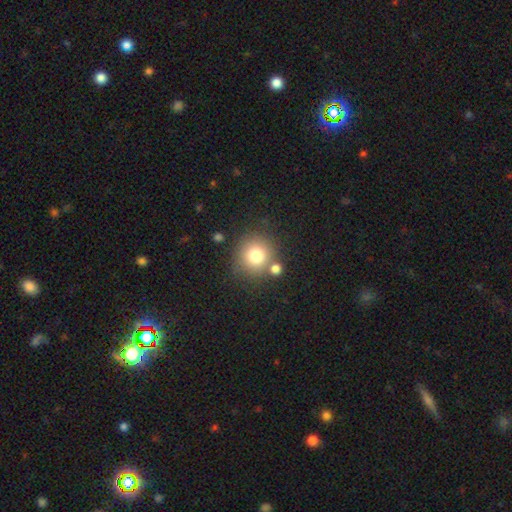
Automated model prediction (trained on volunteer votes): Q: Smooth or featured?
A: smooth (78%); runner-up: star or artifact (12%)
Q: How rounded?
A: round (91%); runner-up: in between (9%)
Q: Merging?
A: none (72%); runner-up: merger (15%)